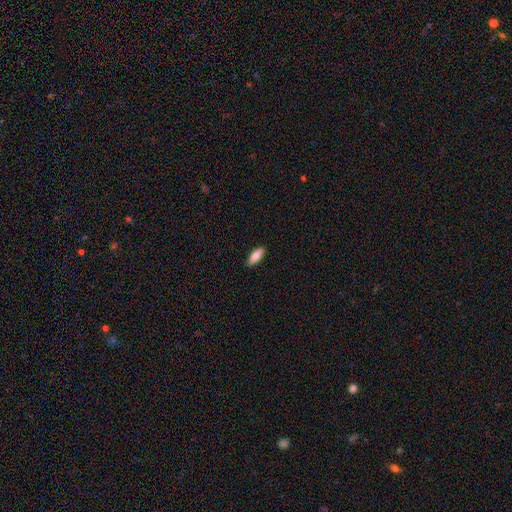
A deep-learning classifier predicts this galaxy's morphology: Smooth or featured?
  - smooth: 79% *
  - featured or disk: 15%
  - star or artifact: 6%
How rounded?
  - in between: 74% *
  - cigar-shaped: 24%
  - round: 2%
Merging?
  - none: 90% *
  - minor disturbance: 8%
  - major disturbance: 2%
  - merger: 1%